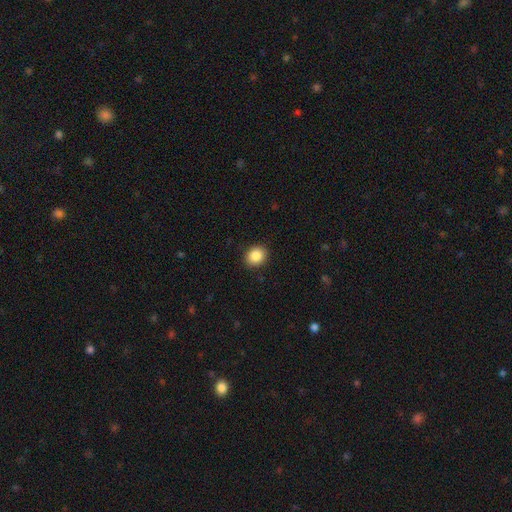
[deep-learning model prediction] A smooth galaxy with no disk features (88%) that is round (62%). Merging: none (90%).